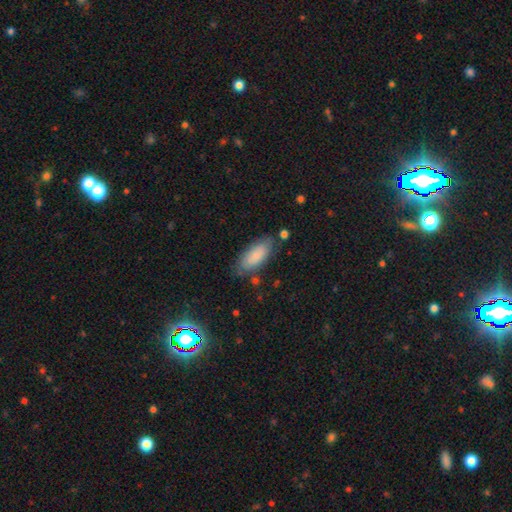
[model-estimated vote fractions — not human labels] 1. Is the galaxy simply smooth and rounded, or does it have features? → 82% smooth, 12% featured or disk, 6% star or artifact.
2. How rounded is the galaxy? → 83% in between, 15% cigar-shaped, 2% round.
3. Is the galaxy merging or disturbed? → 72% none, 20% minor disturbance, 5% major disturbance, 4% merger.